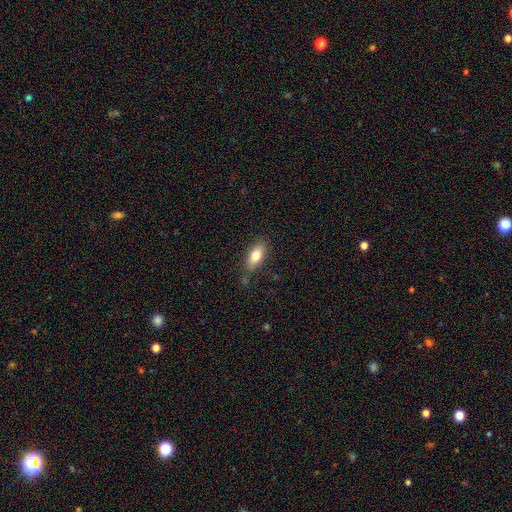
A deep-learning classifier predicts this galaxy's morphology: Smooth or featured? smooth (78%)
How rounded? in between (85%)
Merging? none (76%)